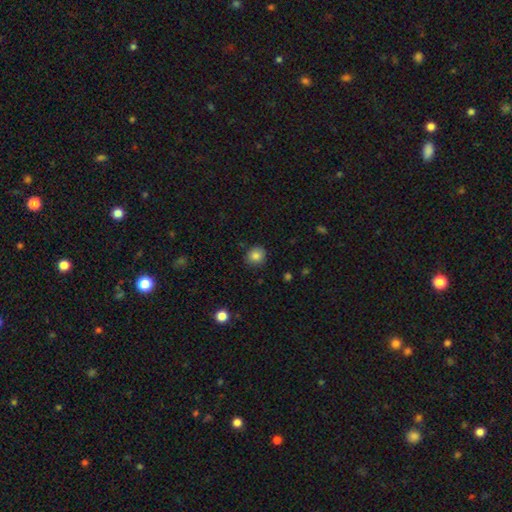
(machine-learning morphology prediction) A smooth galaxy with no disk features (84%) that is round (84%).

Vote fractions:
- Smooth or featured? smooth: 84% / star or artifact: 10% / featured or disk: 5%
- How rounded? round: 84% / in between: 15% / cigar-shaped: 1%
- Merging? none: 86% / minor disturbance: 11% / major disturbance: 2% / merger: 1%